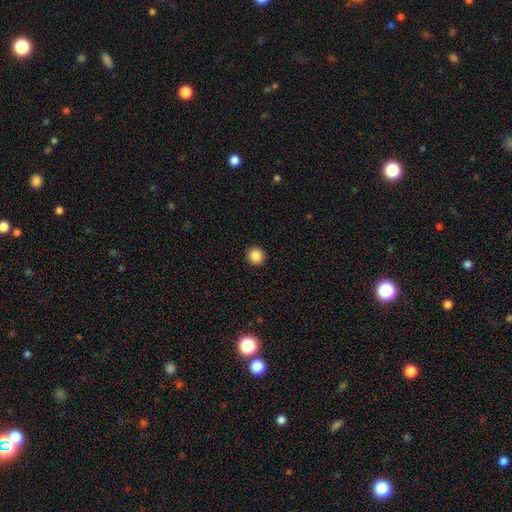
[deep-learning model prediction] Smooth or featured? Predicted: smooth (p=0.87). How rounded? Predicted: round (p=0.93). Merging? Predicted: none (p=0.93).